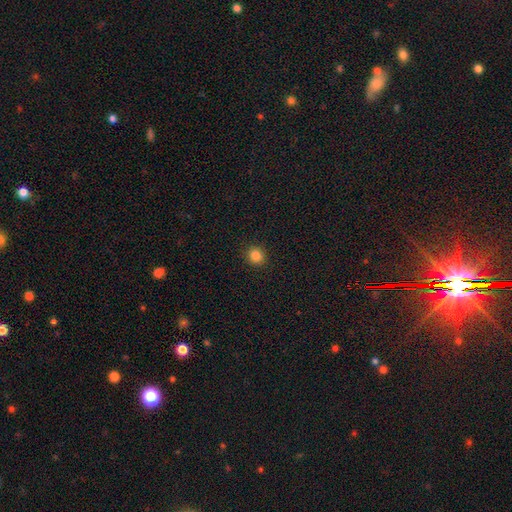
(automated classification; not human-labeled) A smooth galaxy with no disk features (84%) that is round (86%).

Vote fractions:
- Smooth or featured? smooth: 84% / star or artifact: 12% / featured or disk: 4%
- How rounded? round: 86% / in between: 13% / cigar-shaped: 1%
- Merging? none: 92% / minor disturbance: 5% / major disturbance: 2% / merger: 1%